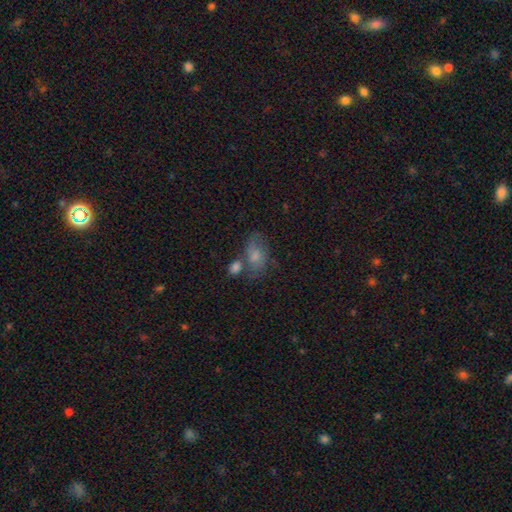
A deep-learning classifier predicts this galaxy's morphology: Q: Smooth or featured?
A: smooth (64%); runner-up: featured or disk (26%)
Q: How rounded?
A: in between (85%); runner-up: round (13%)
Q: Merging?
A: none (40%); runner-up: merger (28%)